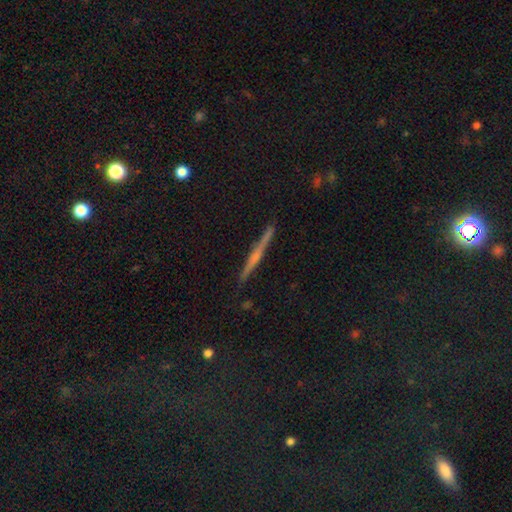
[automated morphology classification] The model was most divided on "edge-on bulge": rounded: 50%, none: 37%, boxy: 12%. More confident: edge-on disk — yes (98%); merging — none (90%); smooth or featured — featured or disk (67%).